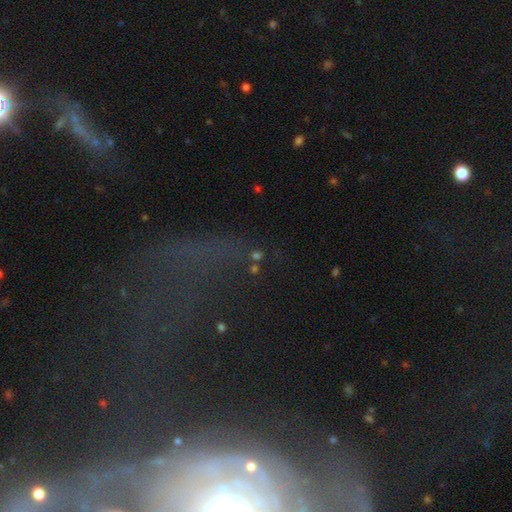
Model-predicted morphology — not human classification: smooth_or_featured: star or artifact (p=0.57) [alt: smooth p=0.29]